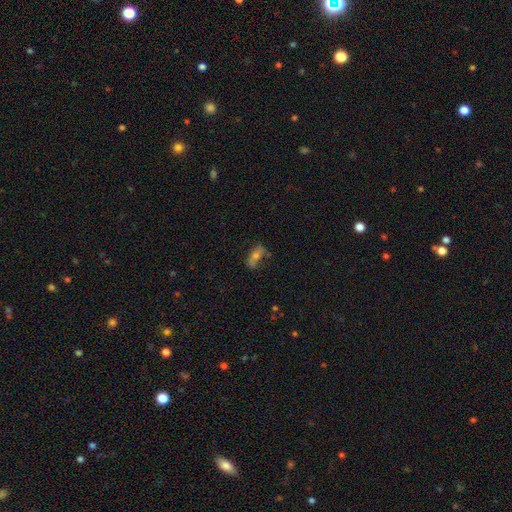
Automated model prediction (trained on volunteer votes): A smooth galaxy with no disk features (49%).

Vote fractions:
- Smooth or featured? smooth: 49% / featured or disk: 39% / star or artifact: 13%
- Merging? none: 60% / minor disturbance: 24% / major disturbance: 11% / merger: 4%